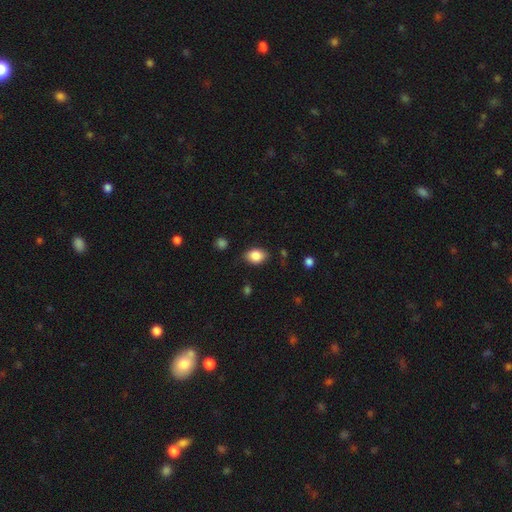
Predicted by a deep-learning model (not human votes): This is clearly a smooth galaxy (85%). How rounded: likely in between (76%). Merging: likely none (79%).